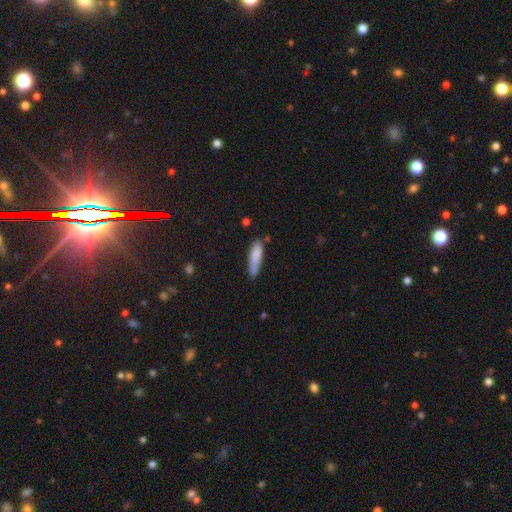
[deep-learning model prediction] This is clearly a smooth galaxy (83%). How rounded: likely cigar-shaped (71%). Merging: likely none (66%).